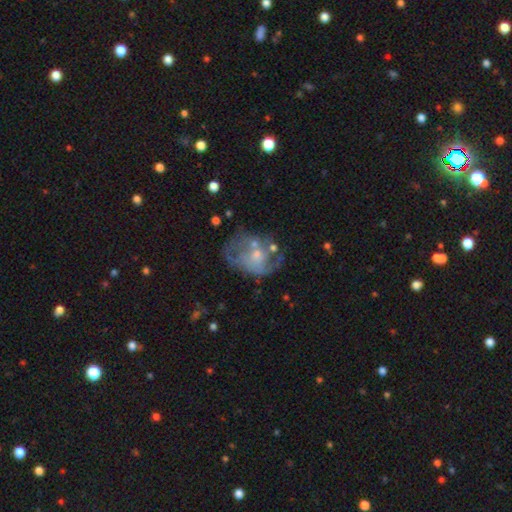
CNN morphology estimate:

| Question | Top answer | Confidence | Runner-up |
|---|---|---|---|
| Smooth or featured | featured or disk | 65% | smooth (26%) |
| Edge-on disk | no | 98% | yes (2%) |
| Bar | no | 82% | weak (16%) |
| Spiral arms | no | 50% | tied: yes (50%) |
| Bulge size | small | 54% | moderate (28%) |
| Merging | none | 35% | major disturbance (33%) |